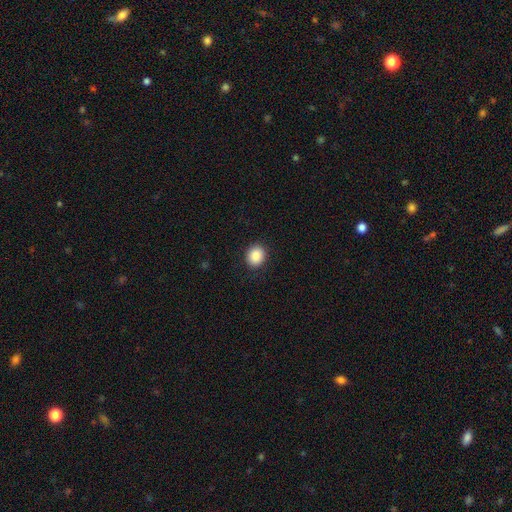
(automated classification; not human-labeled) Morphology: type=smooth (87%); roundness=round (67%); merging=none (90%).